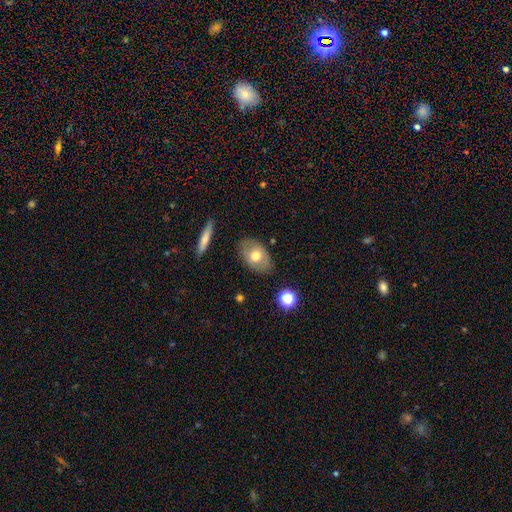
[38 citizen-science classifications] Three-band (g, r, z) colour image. It shows a smooth galaxy with no disk features (66%) that is in between round and cigar-shaped (96%). Merging: none (89%).